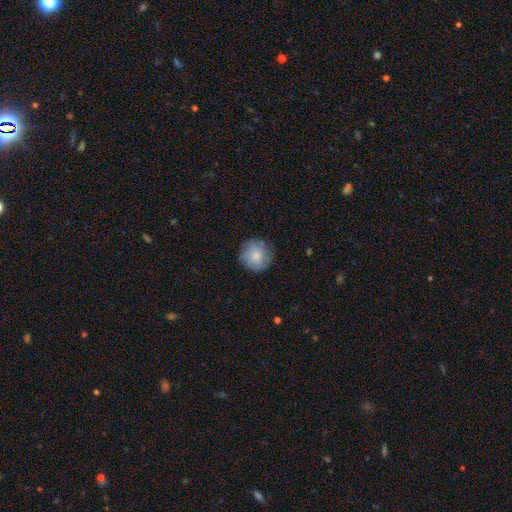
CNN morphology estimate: A smooth galaxy with no disk features (73%) that is round (94%). Merging: none (83%).